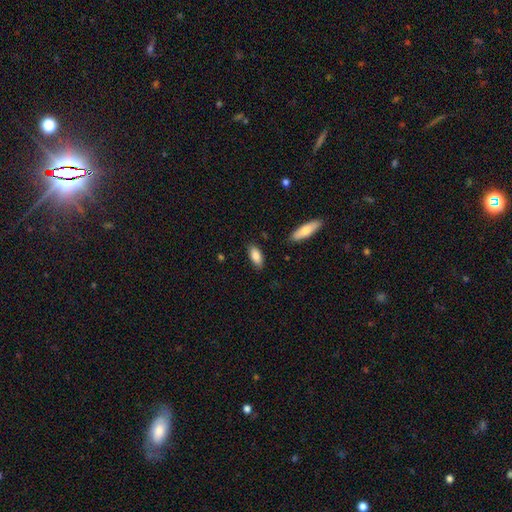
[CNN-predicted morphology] This is clearly a smooth galaxy (85%). How rounded: clearly in between (84%). Merging: clearly none (85%).